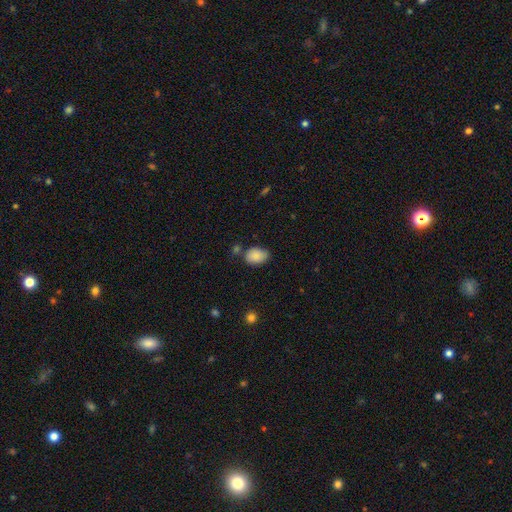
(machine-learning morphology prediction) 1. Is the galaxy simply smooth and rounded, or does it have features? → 86% smooth, 8% star or artifact, 6% featured or disk.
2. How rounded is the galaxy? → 81% in between, 18% round, 1% cigar-shaped.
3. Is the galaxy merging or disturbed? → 64% none, 24% minor disturbance, 7% merger, 5% major disturbance.